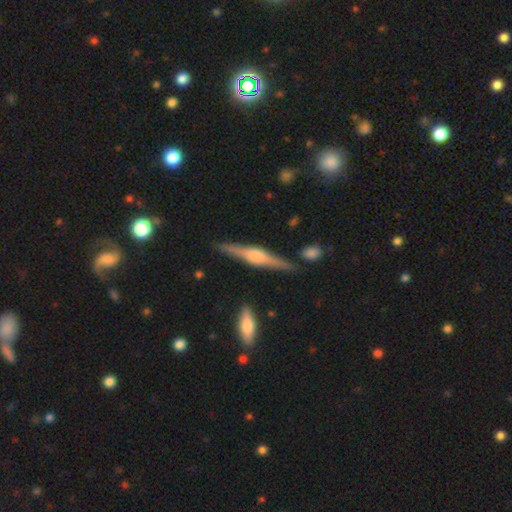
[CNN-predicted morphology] Overall: featured or disk (77%). Edge-on disk: yes (98%). Edge-on bulge: rounded (72%). Merging: none (86%).